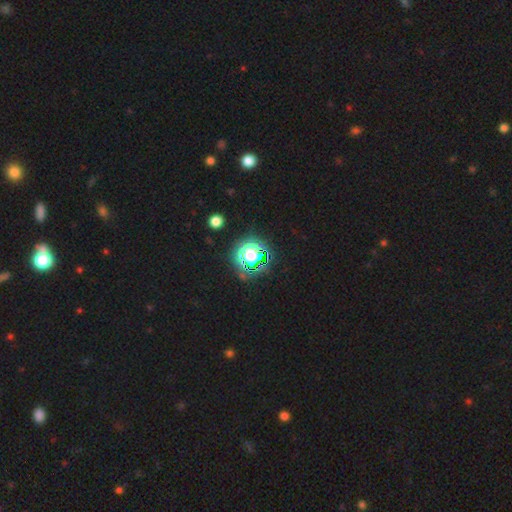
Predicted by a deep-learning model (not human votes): This is likely a star or artifact rather than a galaxy (64%).